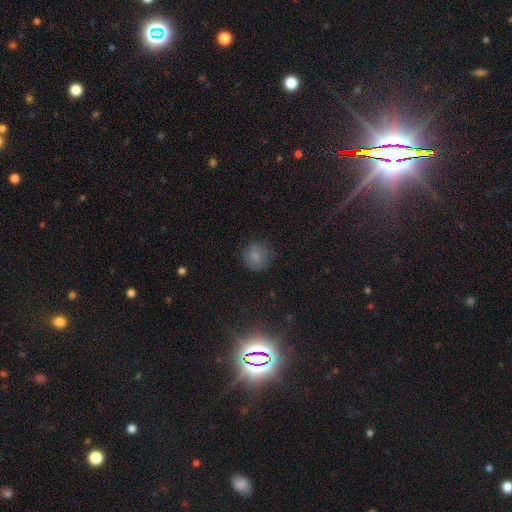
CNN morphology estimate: The model was most divided on "merging": none: 77%, minor disturbance: 17%, major disturbance: 5%, merger: 1%. More confident: how rounded — round (90%); smooth or featured — smooth (79%).